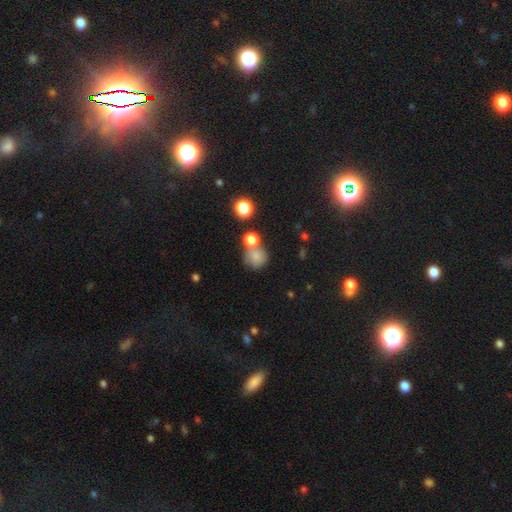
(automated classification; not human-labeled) The model was most divided on "merging": none: 50%, merger: 28%, minor disturbance: 15%, major disturbance: 7%. More confident: how rounded — round (85%); smooth or featured — smooth (76%).